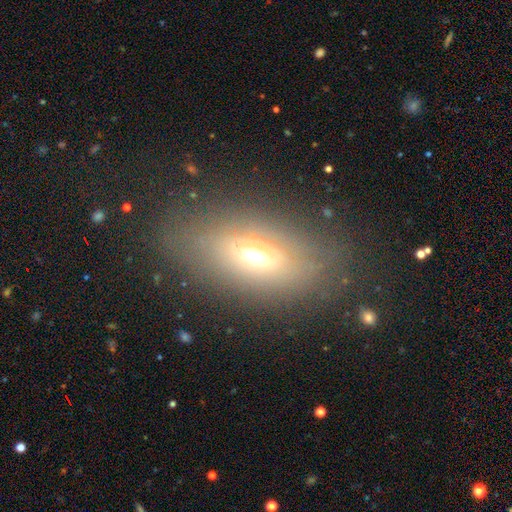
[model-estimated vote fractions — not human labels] smooth 53%, featured or disk 31%, star or artifact 16%. Down the decision tree: how rounded — in between (79%); merging — none (77%).